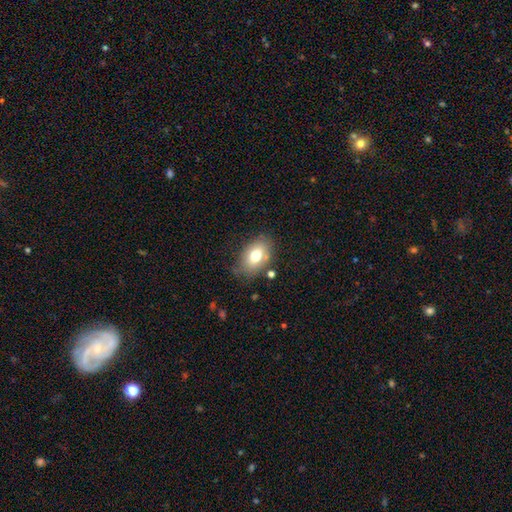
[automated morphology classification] Smooth or featured: smooth — 72% (featured or disk — 19%)
How rounded: in between — 86% (round — 12%)
Merging: none — 73% (minor disturbance — 18%)